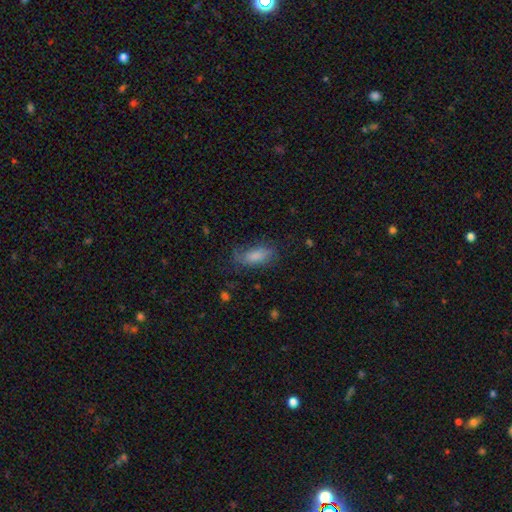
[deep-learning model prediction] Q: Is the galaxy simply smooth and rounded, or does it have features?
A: smooth — 75%.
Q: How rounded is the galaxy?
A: in between — 83%.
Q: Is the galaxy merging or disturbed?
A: none — 60%.